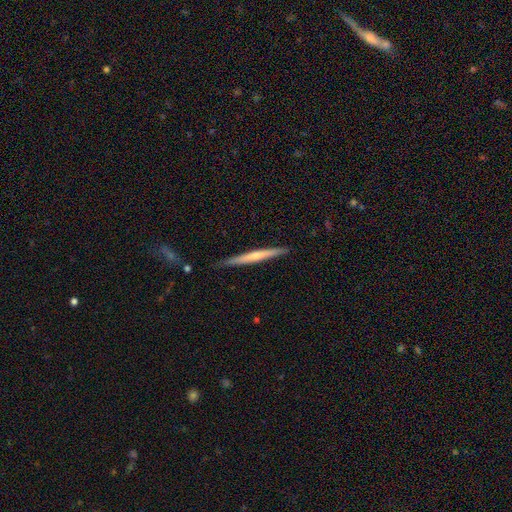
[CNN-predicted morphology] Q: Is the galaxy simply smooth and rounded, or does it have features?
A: featured or disk — 52%.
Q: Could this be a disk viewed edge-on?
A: yes — 97%.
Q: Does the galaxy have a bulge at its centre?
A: none — 55%.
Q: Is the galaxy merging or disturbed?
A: none — 87%.